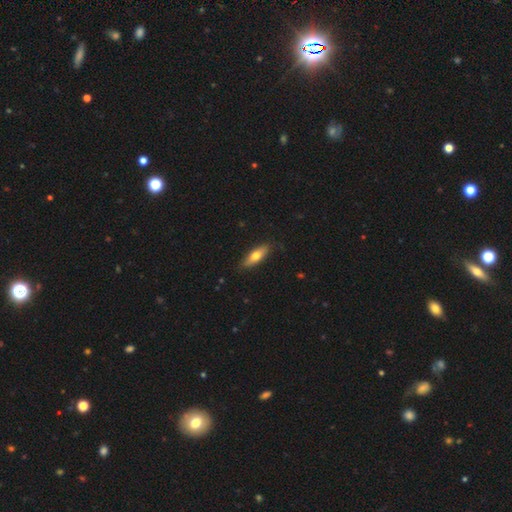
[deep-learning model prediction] Overall: smooth (64%; featured or disk 31%). How rounded: cigar-shaped (49%, tied with in between). Merging: none (85%).